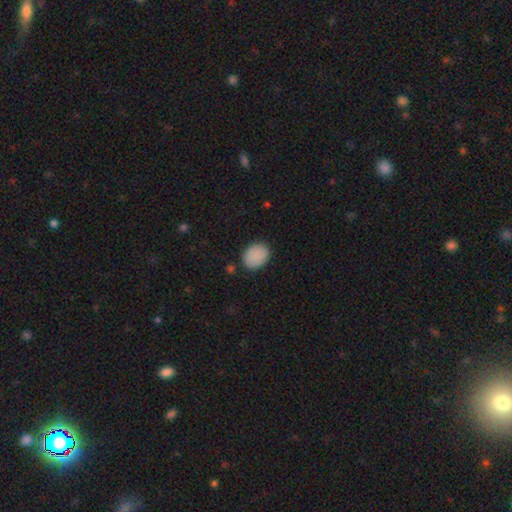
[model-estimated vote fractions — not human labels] smooth_or_featured: smooth (p=0.88) [alt: star or artifact p=0.08]
how_rounded: in between (p=0.62) [alt: round p=0.37]
merging: none (p=0.84) [alt: minor disturbance p=0.11]